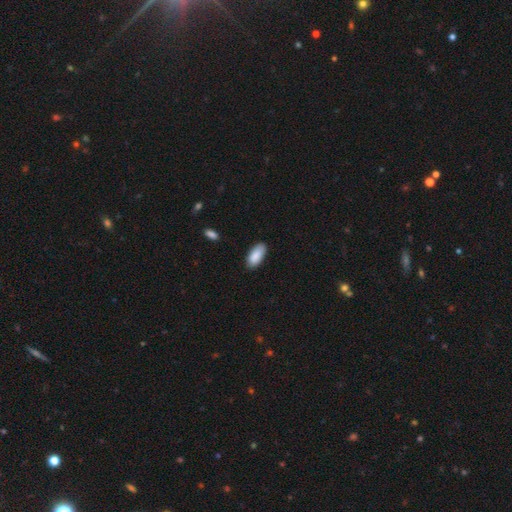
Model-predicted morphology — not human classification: smooth_or_featured: smooth (p=0.90) [alt: star or artifact p=0.06]
how_rounded: in between (p=0.90) [alt: cigar-shaped p=0.09]
merging: none (p=0.82) [alt: minor disturbance p=0.14]